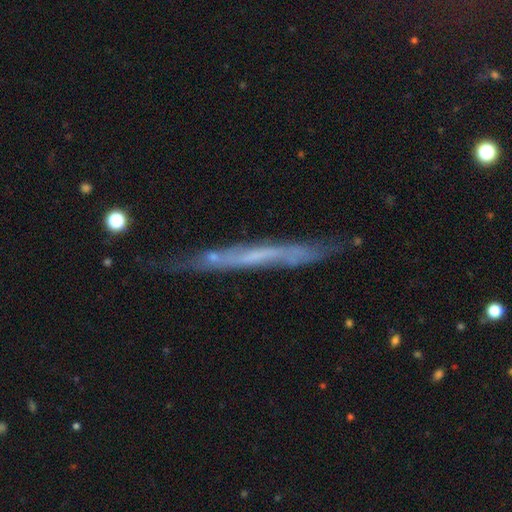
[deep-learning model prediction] featured or disk 64%, smooth 29%, star or artifact 7%. Down the decision tree: edge-on disk — yes (84%); edge-on bulge — none (85%); merging — none (67%).